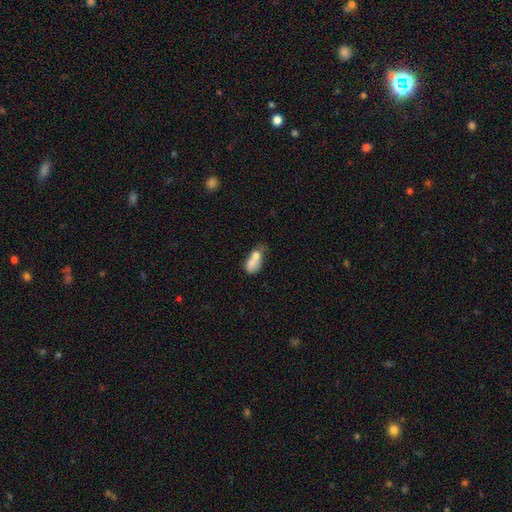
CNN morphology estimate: Smooth or featured: smooth — 67% (featured or disk — 22%)
How rounded: in between — 77% (round — 17%)
Merging: merger — 55% (none — 20%)